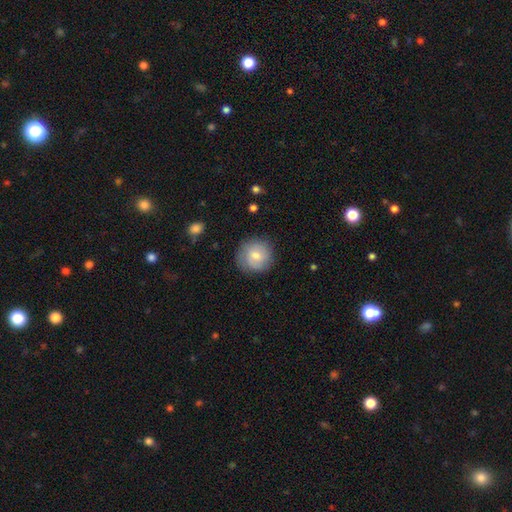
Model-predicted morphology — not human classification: A smooth galaxy with no disk features (70%) that is round (92%). Merging: none (82%).